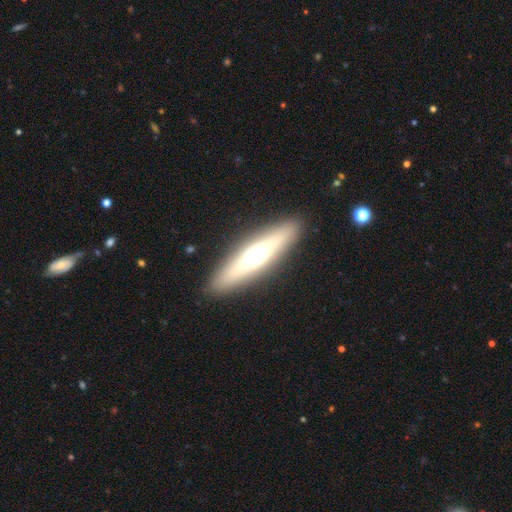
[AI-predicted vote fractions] A featured or disk galaxy (51%) viewed edge-on (86%). Merging: none (89%).